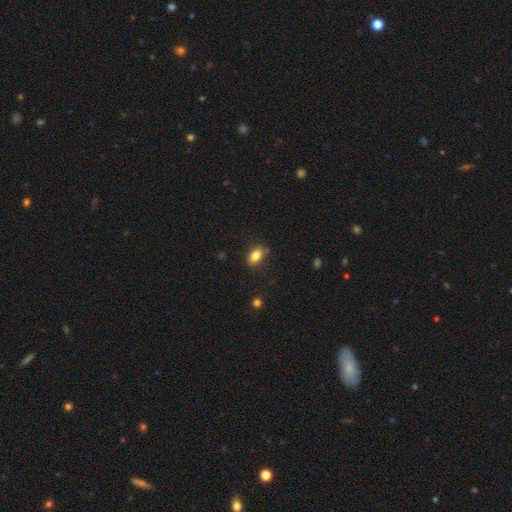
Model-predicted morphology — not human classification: smooth_or_featured: smooth (p=0.82) [alt: star or artifact p=0.09]
how_rounded: in between (p=0.85) [alt: round p=0.11]
merging: none (p=0.76) [alt: minor disturbance p=0.18]